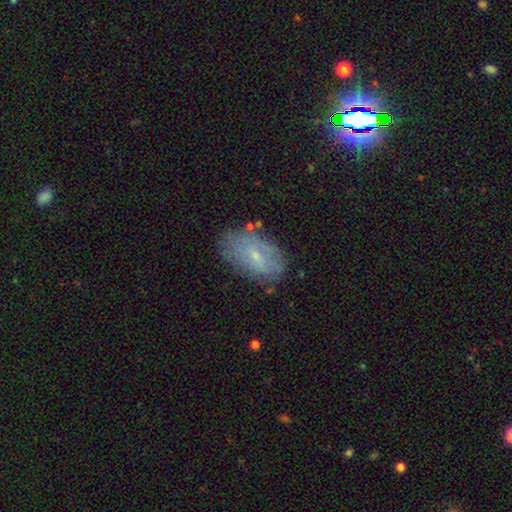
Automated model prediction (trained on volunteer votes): A smooth galaxy with no disk features (48%). Merging: none (71%).